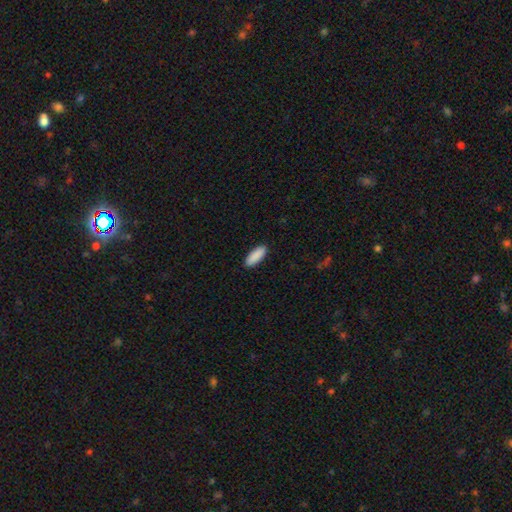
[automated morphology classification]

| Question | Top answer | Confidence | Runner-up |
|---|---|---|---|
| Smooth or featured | smooth | 91% | star or artifact (6%) |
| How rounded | in between | 71% | cigar-shaped (27%) |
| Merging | none | 90% | minor disturbance (7%) |